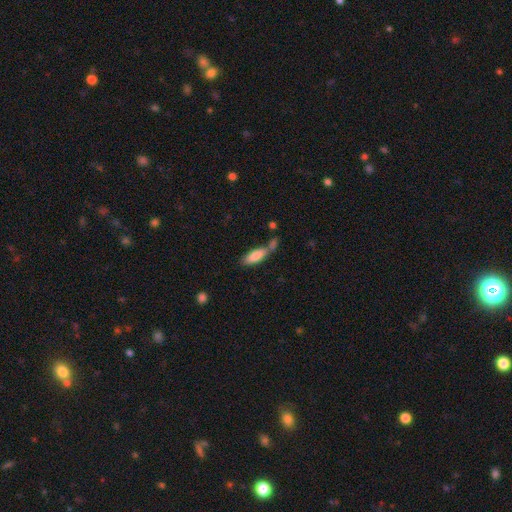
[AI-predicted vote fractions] Morphology: type=smooth (82%); roundness=in between (58%); merging=none (45%).